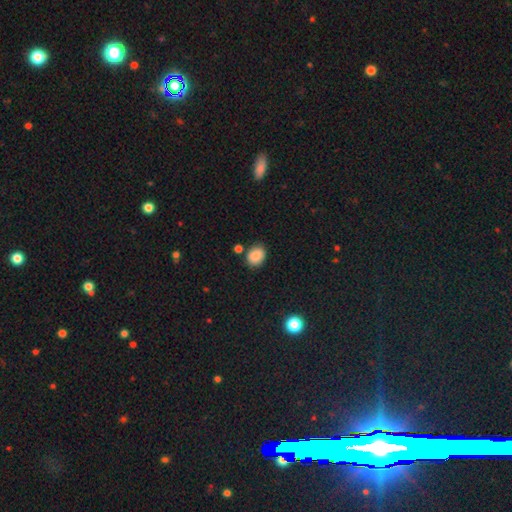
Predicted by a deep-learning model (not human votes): This is clearly a smooth galaxy (86%). How rounded: possibly round (54%). Merging: likely none (80%).